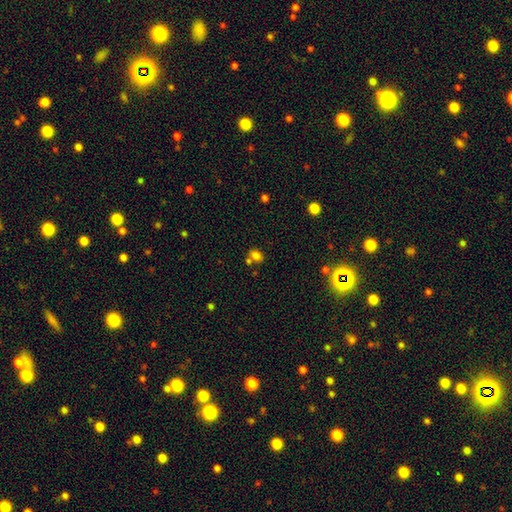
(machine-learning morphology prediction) smooth_or_featured: smooth (p=0.76) [alt: star or artifact p=0.17]
how_rounded: in between (p=0.71) [alt: round p=0.28]
merging: none (p=0.52) [alt: merger p=0.30]